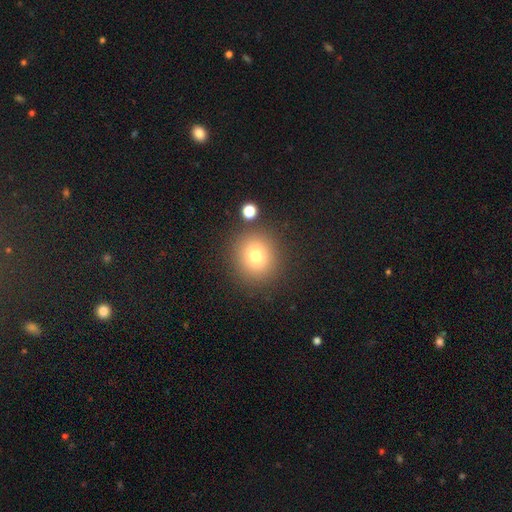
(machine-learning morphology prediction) type=smooth (77%); roundness=round (86%); merging=none (85%).